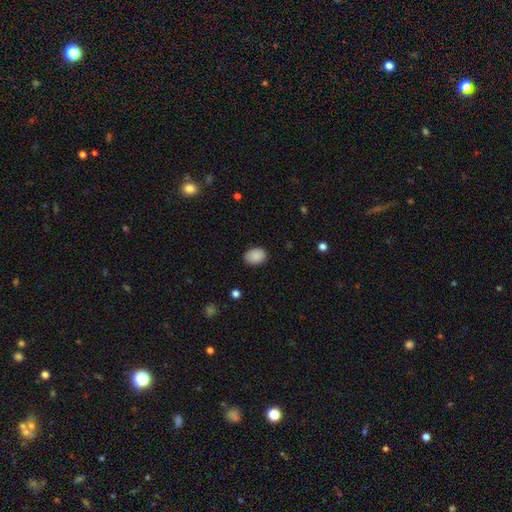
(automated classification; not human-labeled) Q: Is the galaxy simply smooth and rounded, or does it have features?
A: smooth — 89%.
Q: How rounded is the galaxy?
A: in between — 79%.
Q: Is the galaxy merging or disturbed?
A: none — 84%.